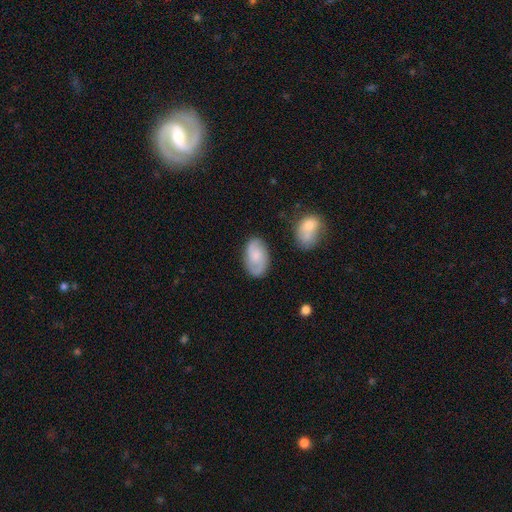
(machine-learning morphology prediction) A featured or disk galaxy (47%).

Vote fractions:
- Smooth or featured? featured or disk: 47% / smooth: 46% / star or artifact: 7%
- Merging? none: 75% / minor disturbance: 17% / major disturbance: 4% / merger: 4%